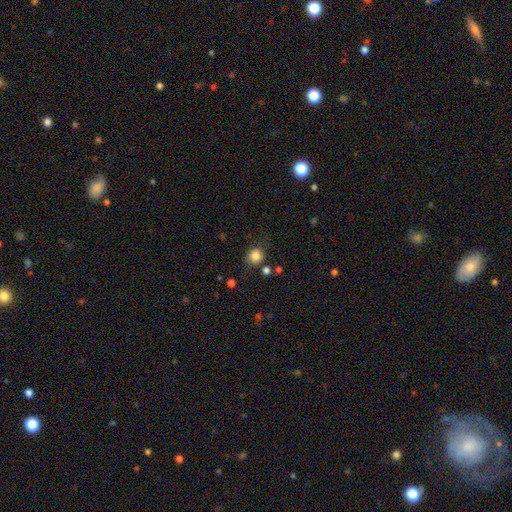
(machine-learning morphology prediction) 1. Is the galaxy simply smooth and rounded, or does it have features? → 83% smooth, 11% star or artifact, 6% featured or disk.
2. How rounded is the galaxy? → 85% round, 14% in between, 1% cigar-shaped.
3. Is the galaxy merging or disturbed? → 79% none, 13% minor disturbance, 4% major disturbance, 4% merger.